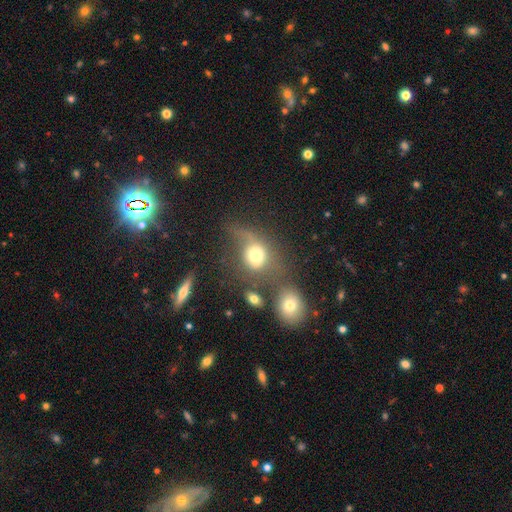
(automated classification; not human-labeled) smooth 66%, featured or disk 21%, star or artifact 13%. Down the decision tree: how rounded — round (61%); merging — major disturbance (30%).